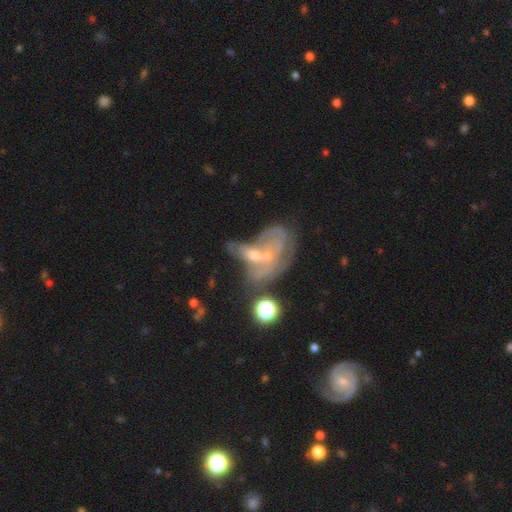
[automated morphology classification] This is likely a featured or disk galaxy (63%). It is clearly not viewed edge-on (93%). Bar: likely no (73%). Spiral arm pattern: possibly yes (58%). Central bulge: possibly small (60%). Merging: likely merger (61%).